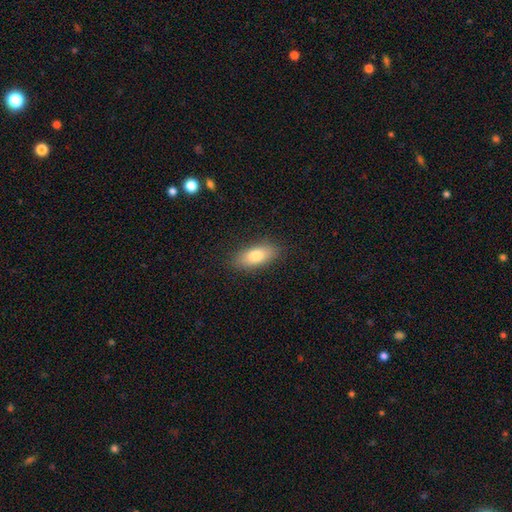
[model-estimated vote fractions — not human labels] Overall: smooth (78%). How rounded: in between (83%). Merging: none (87%).